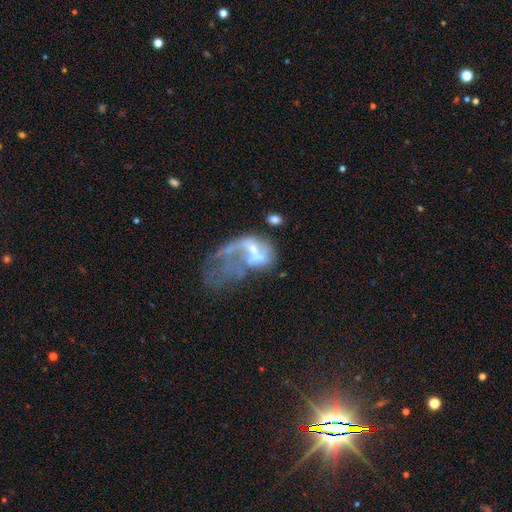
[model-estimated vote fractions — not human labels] The model was most divided on "bulge size": small: 37%, none: 30%, moderate: 27%, large: 4%, dominant: 2%. Remaining: edge-on disk — no (97%); smooth or featured — featured or disk (67%); bar — no (62%); spiral arms — no (61%); merging — major disturbance (49%).